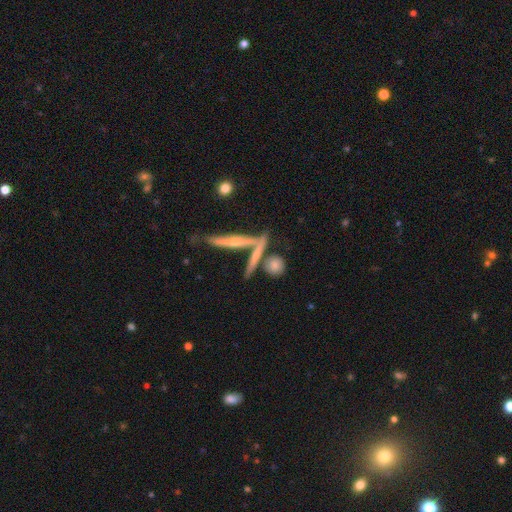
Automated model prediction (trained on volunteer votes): Smooth or featured? smooth (47%)
Merging? none (58%)